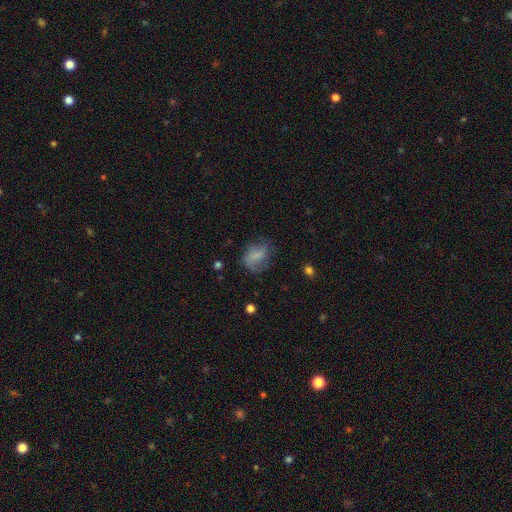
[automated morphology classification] A smooth galaxy with no disk features (60%) that is in between round and cigar-shaped (71%). Merging: none (52%).